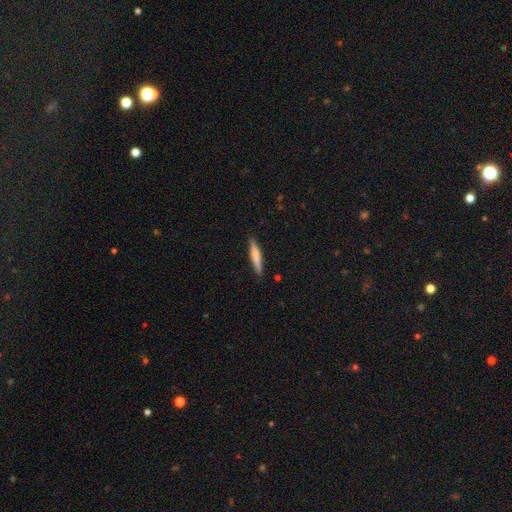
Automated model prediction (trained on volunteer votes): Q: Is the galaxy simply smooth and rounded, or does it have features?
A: smooth — 70%.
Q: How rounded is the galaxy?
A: cigar-shaped — 90%.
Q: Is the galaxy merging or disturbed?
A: none — 88%.